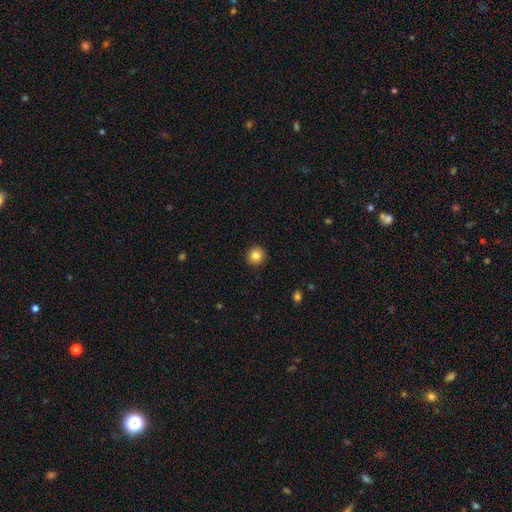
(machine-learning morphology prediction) This appears to be a smooth galaxy with no disk features (84%) that is round (94%). Merging: none (92%).